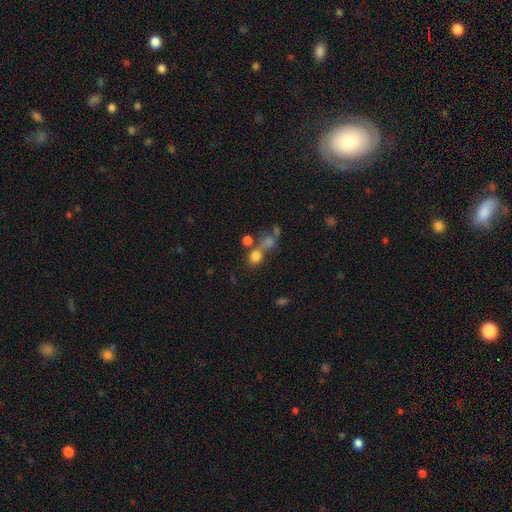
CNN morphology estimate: A smooth galaxy with no disk features (75%) that is round (70%). Merging: none (46%).